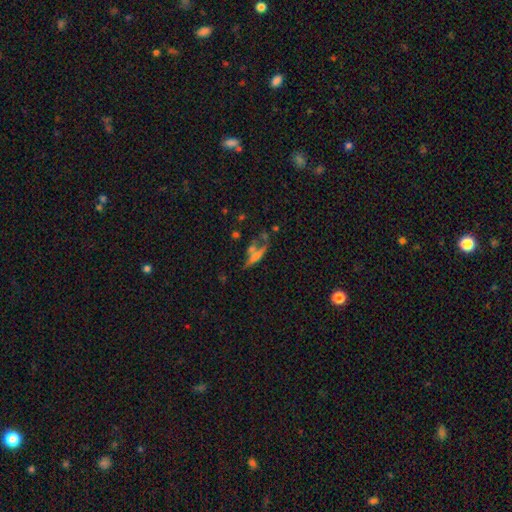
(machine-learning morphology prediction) This appears to be a featured or disk galaxy (46%). Merging: none (42%).